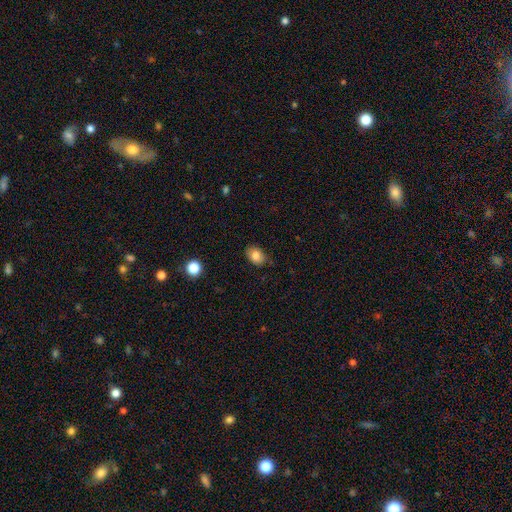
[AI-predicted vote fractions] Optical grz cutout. It shows a smooth galaxy with no disk features (82%) that is in between round and cigar-shaped (75%). Merging: none (82%).